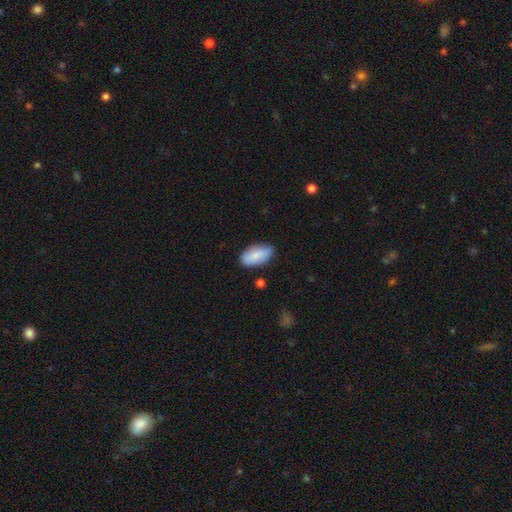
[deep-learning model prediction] The model was most divided on "merging": none: 78%, minor disturbance: 17%, major disturbance: 3%, merger: 2%. More confident: how rounded — in between (93%); smooth or featured — smooth (85%).